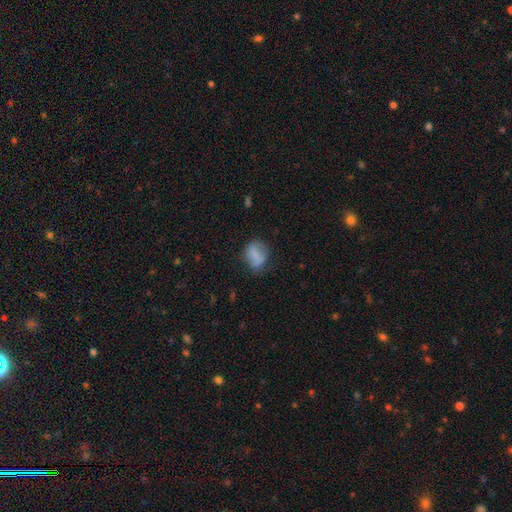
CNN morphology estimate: A smooth galaxy with no disk features (73%) that is in between round and cigar-shaped (52%). Merging: none (64%).